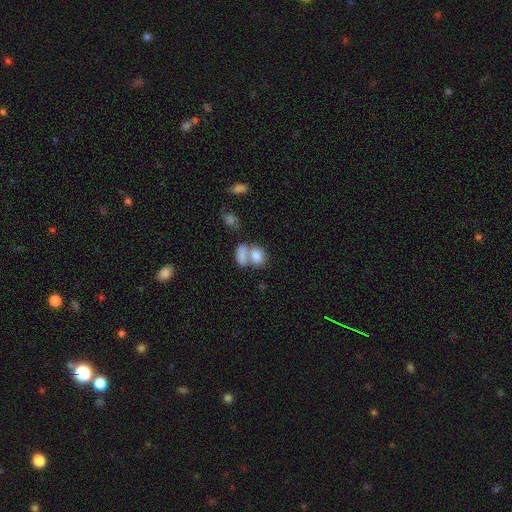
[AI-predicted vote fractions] Smooth or featured?
  - smooth: 80% *
  - featured or disk: 12%
  - star or artifact: 8%
How rounded?
  - in between: 70% *
  - round: 28%
  - cigar-shaped: 2%
Merging?
  - merger: 58% *
  - none: 28%
  - minor disturbance: 8%
  - major disturbance: 6%